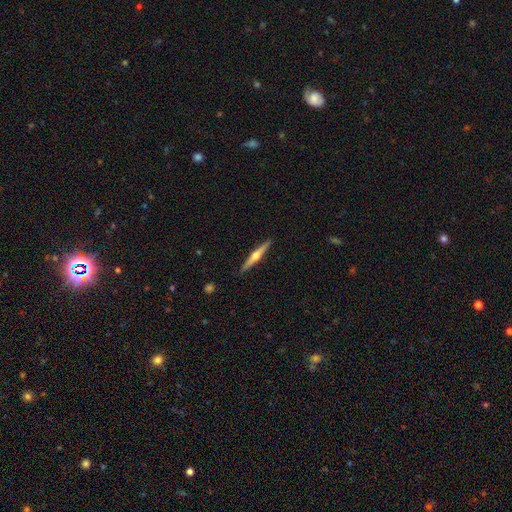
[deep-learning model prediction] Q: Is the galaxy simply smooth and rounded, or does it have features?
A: featured or disk — 72%.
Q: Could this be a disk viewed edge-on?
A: yes — 98%.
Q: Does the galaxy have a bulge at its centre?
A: rounded — 94%.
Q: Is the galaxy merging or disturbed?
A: none — 92%.